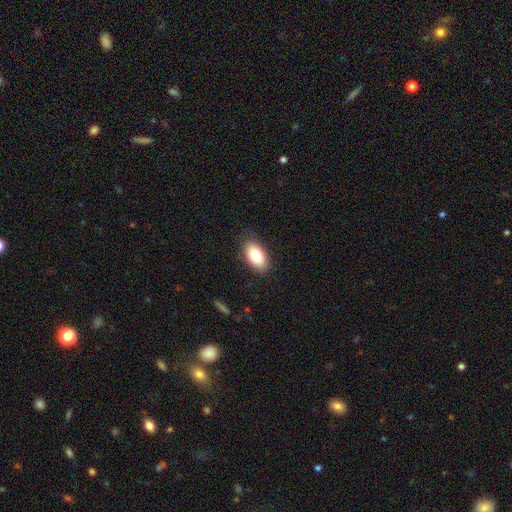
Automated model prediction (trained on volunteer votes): A smooth galaxy with no disk features (82%) that is in between round and cigar-shaped (93%).

Vote fractions:
- Smooth or featured? smooth: 82% / featured or disk: 11% / star or artifact: 7%
- How rounded? in between: 93% / round: 4% / cigar-shaped: 3%
- Merging? none: 85% / minor disturbance: 11% / major disturbance: 3% / merger: 1%